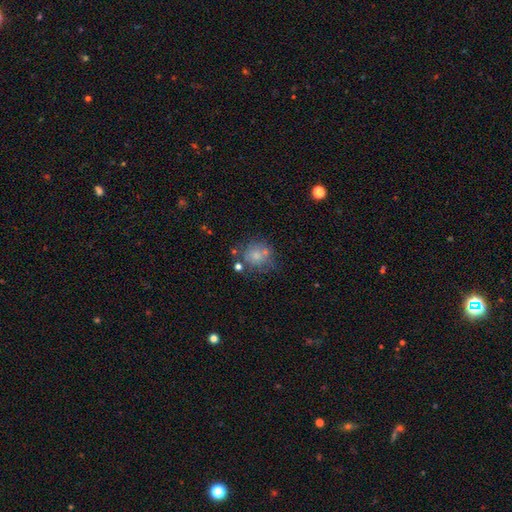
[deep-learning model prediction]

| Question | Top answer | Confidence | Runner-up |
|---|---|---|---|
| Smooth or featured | smooth | 68% | featured or disk (22%) |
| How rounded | round | 80% | in between (19%) |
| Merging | none | 51% | minor disturbance (21%) |